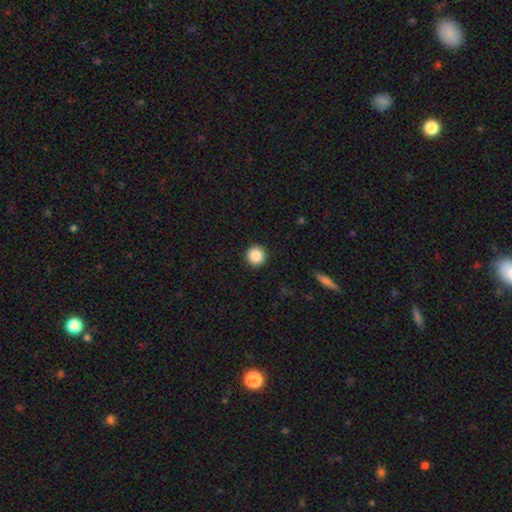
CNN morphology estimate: The model was most divided on "smooth or featured": smooth: 88%, star or artifact: 9%, featured or disk: 3%. More confident: how rounded — round (96%); merging — none (93%).